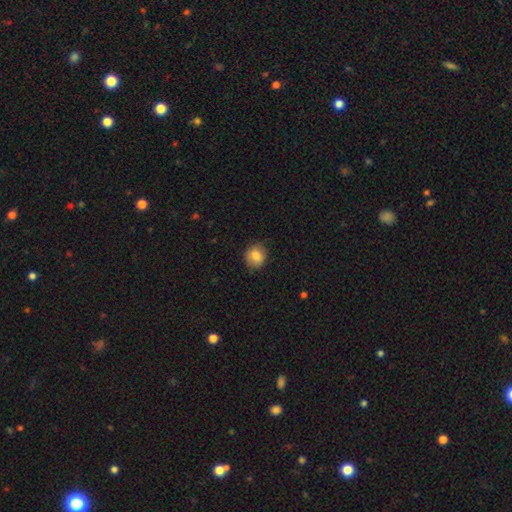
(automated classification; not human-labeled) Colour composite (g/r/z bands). It shows a smooth galaxy with no disk features (83%) that is round (82%). Merging: none (84%).